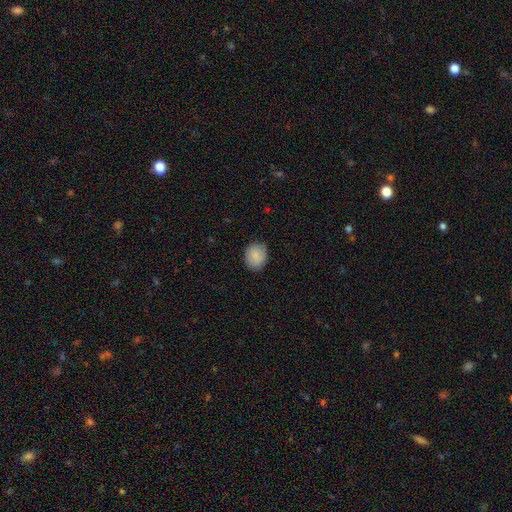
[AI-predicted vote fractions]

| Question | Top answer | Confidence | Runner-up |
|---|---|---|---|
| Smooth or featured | smooth | 88% | star or artifact (7%) |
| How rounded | round | 62% | in between (37%) |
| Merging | none | 87% | minor disturbance (10%) |